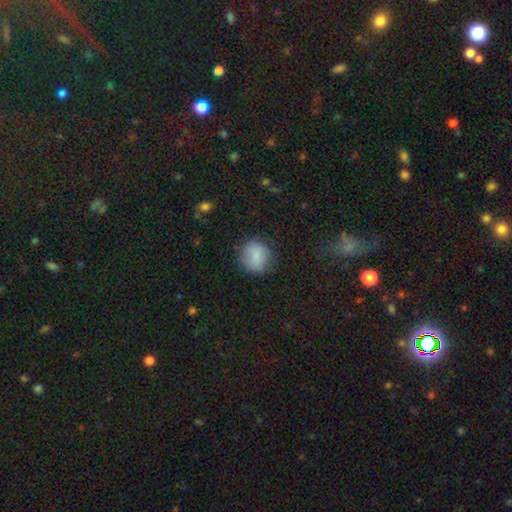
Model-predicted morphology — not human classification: Overall: smooth (83%). How rounded: round (78%). Merging: none (78%).